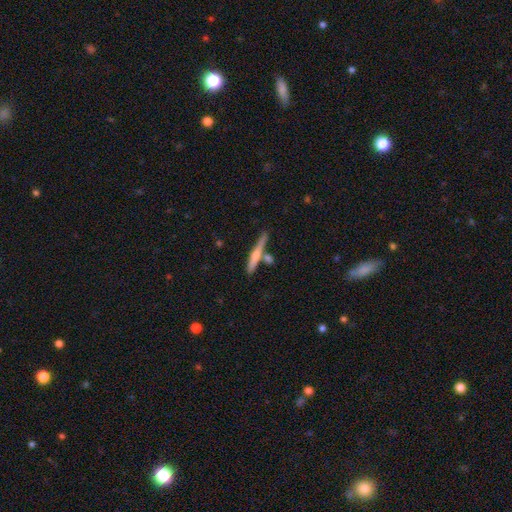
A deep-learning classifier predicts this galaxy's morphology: This appears to be a smooth galaxy with no disk features (53%) that is cigar-shaped (92%). Merging: none (67%).